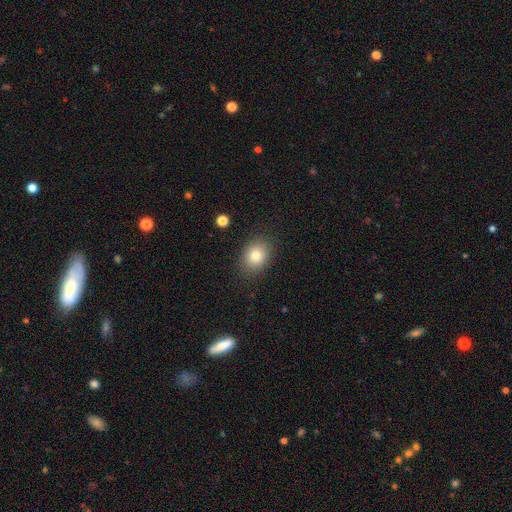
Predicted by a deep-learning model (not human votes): Smooth or featured?
  - smooth: 80% *
  - star or artifact: 10%
  - featured or disk: 9%
How rounded?
  - in between: 58% *
  - round: 41%
  - cigar-shaped: 1%
Merging?
  - none: 86% *
  - minor disturbance: 10%
  - major disturbance: 3%
  - merger: 1%